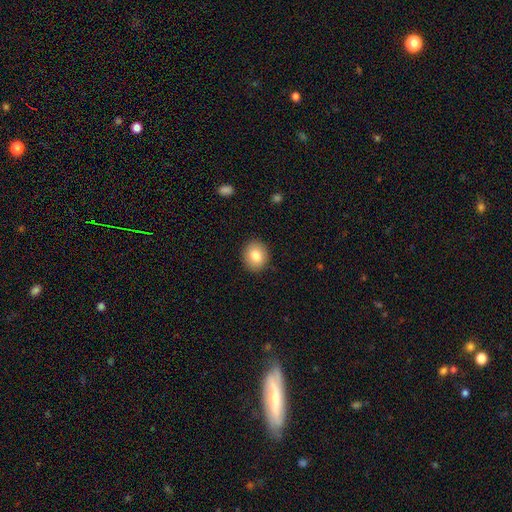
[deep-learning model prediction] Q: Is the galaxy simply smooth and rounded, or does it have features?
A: smooth — 82%.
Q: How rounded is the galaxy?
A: round — 66%.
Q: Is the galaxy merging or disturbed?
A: none — 90%.